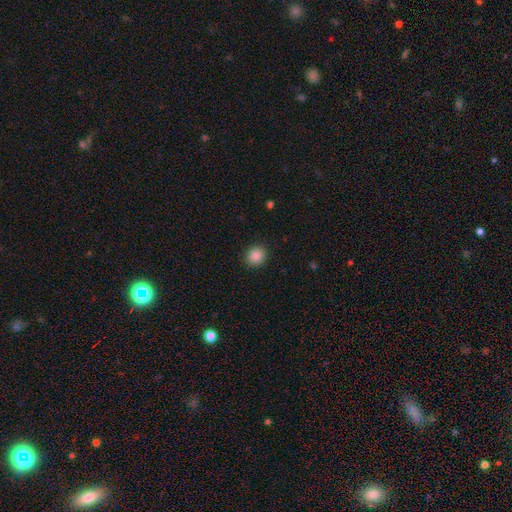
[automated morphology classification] This is clearly a smooth galaxy (87%). How rounded: clearly round (84%). Merging: clearly none (91%).